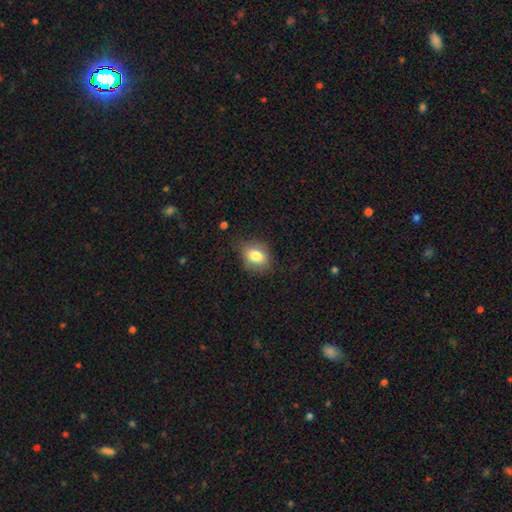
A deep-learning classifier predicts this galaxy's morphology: type=smooth (82%); roundness=in between (66%); merging=none (72%).